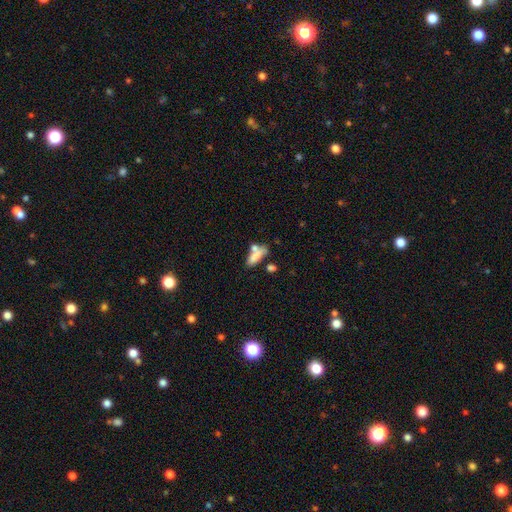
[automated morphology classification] A smooth galaxy with no disk features (73%) that is in between round and cigar-shaped (64%). Merging: merger (39%).